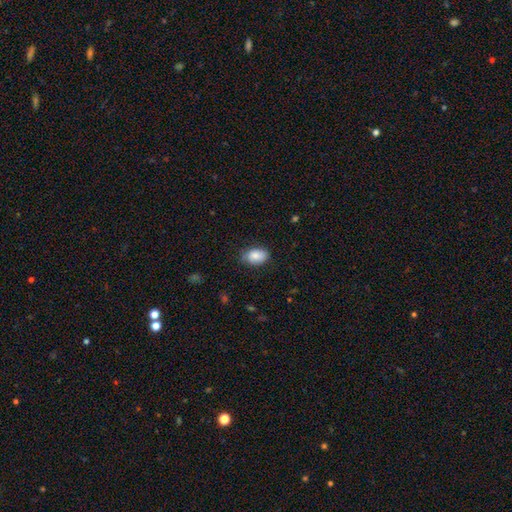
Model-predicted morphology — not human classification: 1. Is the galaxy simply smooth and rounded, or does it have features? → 84% smooth, 9% featured or disk, 7% star or artifact.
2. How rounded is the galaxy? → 88% in between, 11% round, 1% cigar-shaped.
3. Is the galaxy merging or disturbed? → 73% none, 21% minor disturbance, 4% major disturbance, 1% merger.